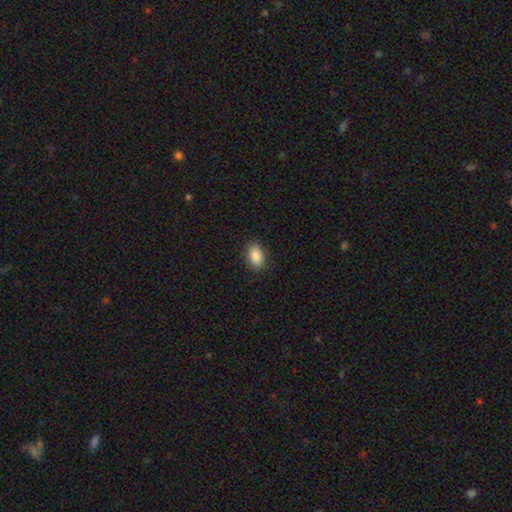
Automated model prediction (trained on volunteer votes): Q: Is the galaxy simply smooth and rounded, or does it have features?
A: smooth — 88%.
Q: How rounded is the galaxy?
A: in between — 88%.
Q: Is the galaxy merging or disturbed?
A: none — 89%.